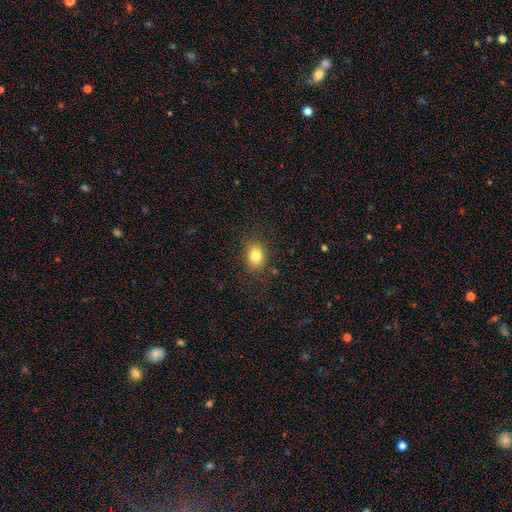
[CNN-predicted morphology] Smooth or featured? smooth (81%)
How rounded? in between (56%)
Merging? none (85%)